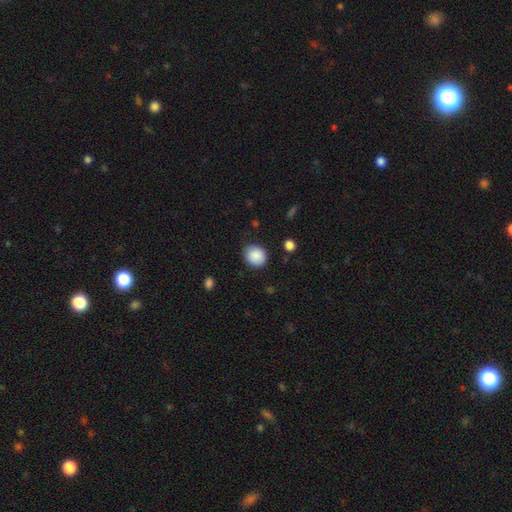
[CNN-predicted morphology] Smooth or featured? smooth (88%)
How rounded? round (74%)
Merging? none (81%)